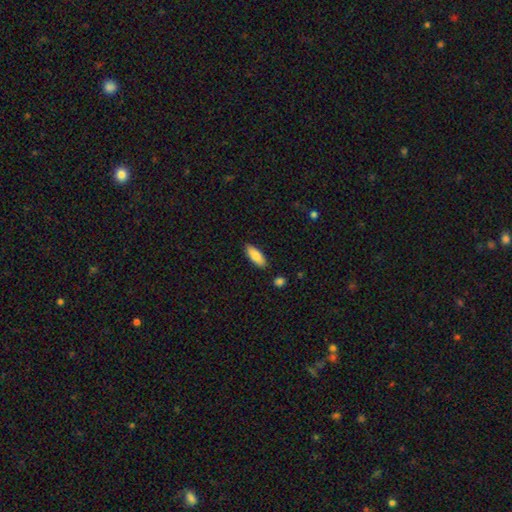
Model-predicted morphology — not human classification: A smooth galaxy with no disk features (84%) that is in between round and cigar-shaped (71%).

Vote fractions:
- Smooth or featured? smooth: 84% / featured or disk: 10% / star or artifact: 6%
- How rounded? in between: 71% / cigar-shaped: 27% / round: 2%
- Merging? none: 86% / minor disturbance: 10% / merger: 2% / major disturbance: 2%